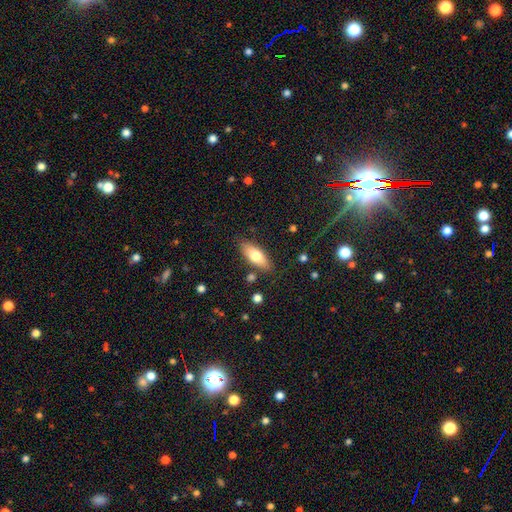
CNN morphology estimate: Overall: smooth (71%). How rounded: in between (74%). Merging: none (83%).